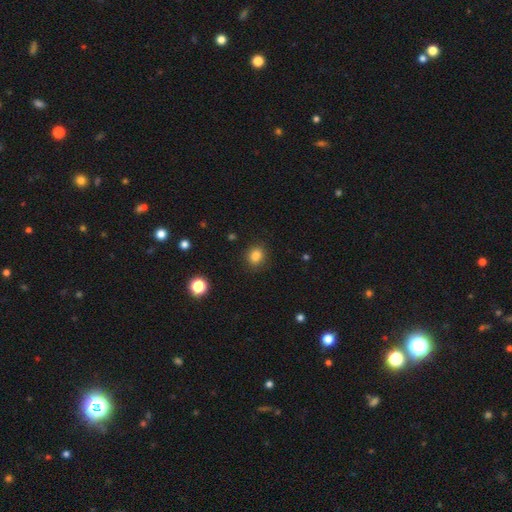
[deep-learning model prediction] Smooth or featured? Predicted: smooth (p=0.85). How rounded? Predicted: round (p=0.59). Merging? Predicted: none (p=0.86).